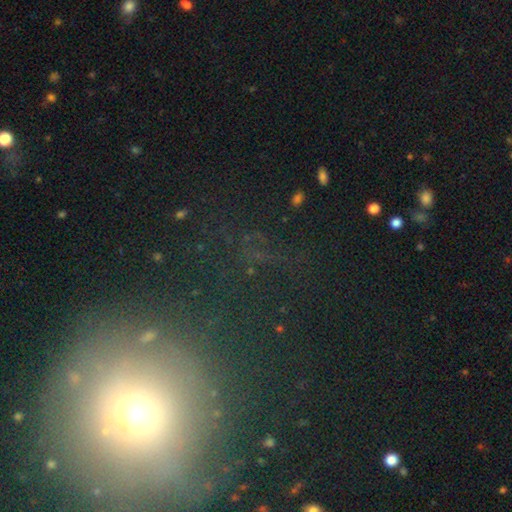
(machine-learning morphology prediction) star or artifact 43%, smooth 35%, featured or disk 22%.